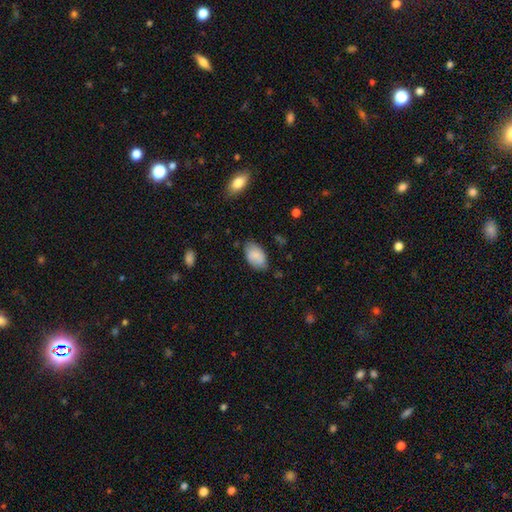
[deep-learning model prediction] A smooth galaxy with no disk features (79%) that is in between round and cigar-shaped (93%).

Vote fractions:
- Smooth or featured? smooth: 79% / featured or disk: 14% / star or artifact: 7%
- How rounded? in between: 93% / round: 6% / cigar-shaped: 1%
- Merging? none: 72% / minor disturbance: 22% / major disturbance: 4% / merger: 2%